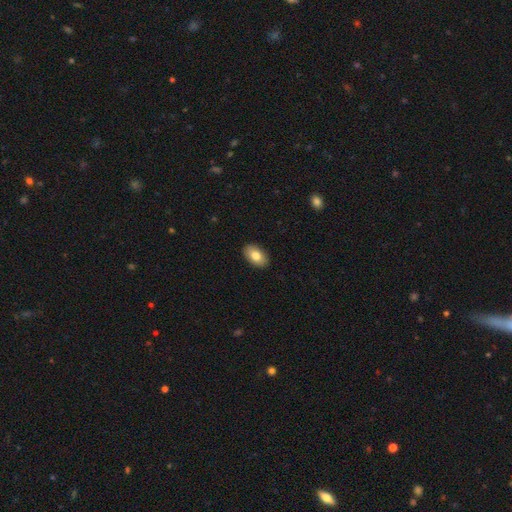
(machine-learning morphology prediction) Smooth or featured?
  - smooth: 80% *
  - featured or disk: 13%
  - star or artifact: 7%
How rounded?
  - in between: 92% *
  - round: 7%
  - cigar-shaped: 1%
Merging?
  - none: 90% *
  - minor disturbance: 7%
  - major disturbance: 2%
  - merger: 1%